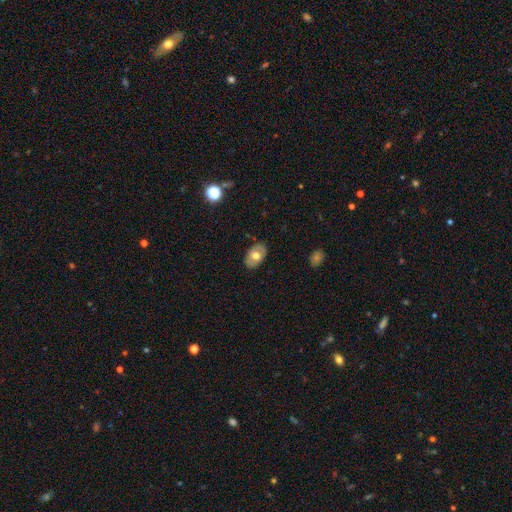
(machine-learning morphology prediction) Smooth or featured?
  - smooth: 55% *
  - featured or disk: 38%
  - star or artifact: 7%
How rounded?
  - in between: 86% *
  - round: 13%
  - cigar-shaped: 1%
Merging?
  - none: 83% *
  - minor disturbance: 13%
  - major disturbance: 3%
  - merger: 1%